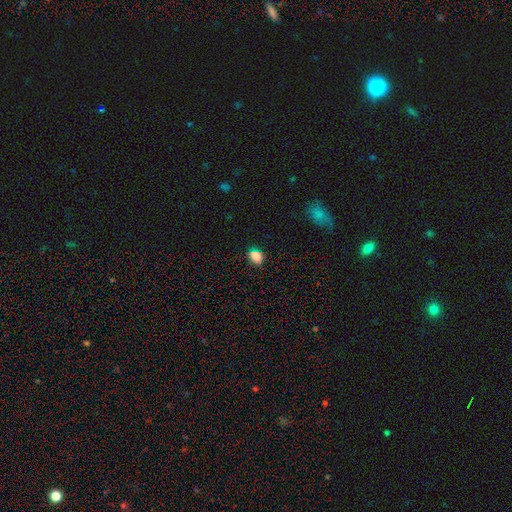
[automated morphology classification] smooth-or-featured: smooth: 81% | star or artifact: 14% | featured or disk: 4%
  how-rounded: in between: 66% | round: 32% | cigar-shaped: 2%
  merging: none: 79% | minor disturbance: 15% | major disturbance: 3% | merger: 3%